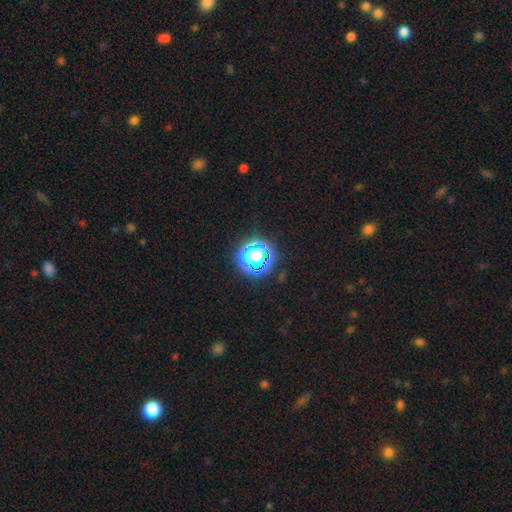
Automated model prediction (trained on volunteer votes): The model was most divided on "smooth or featured": smooth: 45%, star or artifact: 43%, featured or disk: 12%. More confident: merging — none (74%).